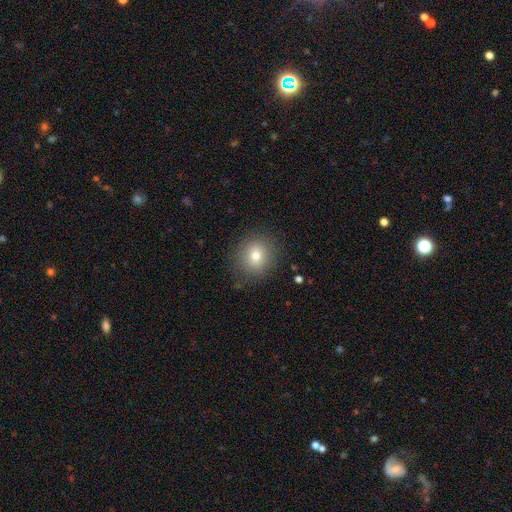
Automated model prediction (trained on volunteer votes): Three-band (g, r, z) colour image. It shows a smooth galaxy with no disk features (76%) that is round (82%). Merging: none (85%).